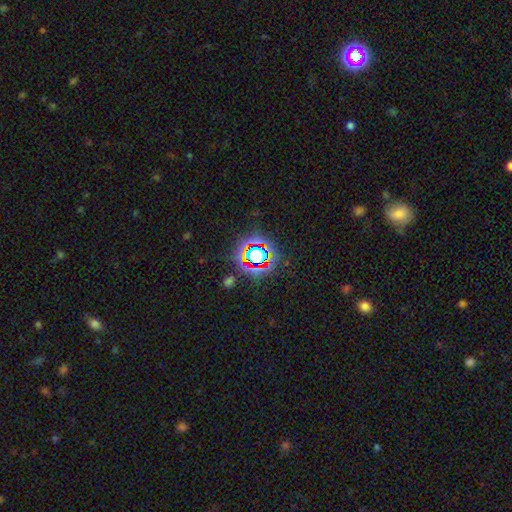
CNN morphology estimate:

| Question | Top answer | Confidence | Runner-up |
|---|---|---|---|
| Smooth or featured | star or artifact | 65% | smooth (22%) |